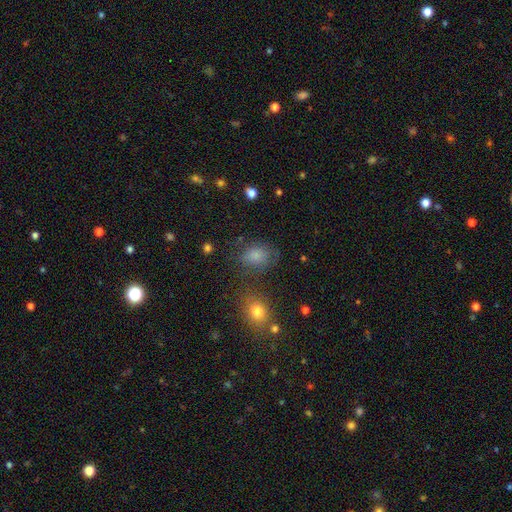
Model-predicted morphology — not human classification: The model was most divided on "how rounded": in between: 65%, round: 34%, cigar-shaped: 1%. More confident: smooth or featured — smooth (77%); merging — none (61%).